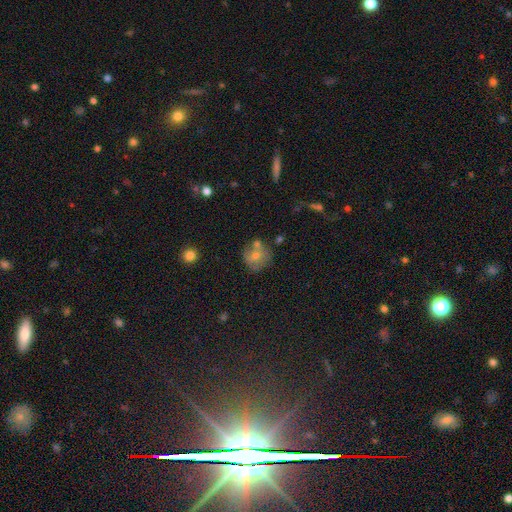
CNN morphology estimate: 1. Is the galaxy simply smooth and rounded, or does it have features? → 56% smooth, 27% featured or disk, 17% star or artifact.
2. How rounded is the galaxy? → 86% round, 13% in between, 1% cigar-shaped.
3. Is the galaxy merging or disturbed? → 63% none, 17% merger, 15% minor disturbance, 5% major disturbance.